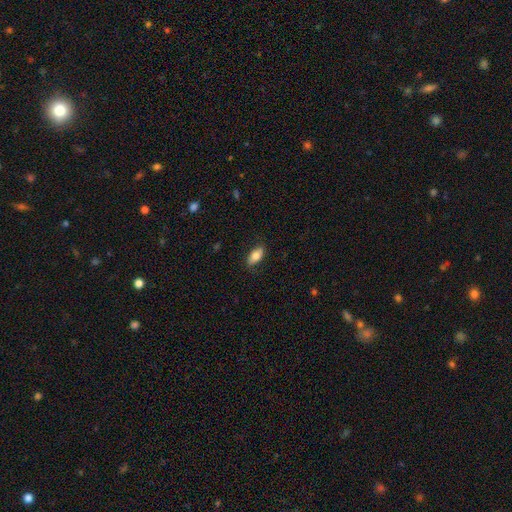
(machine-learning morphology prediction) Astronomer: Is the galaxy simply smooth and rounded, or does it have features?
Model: smooth — 79%.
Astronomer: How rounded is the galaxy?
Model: in between — 88%.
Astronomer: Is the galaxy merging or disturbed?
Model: none — 83%.